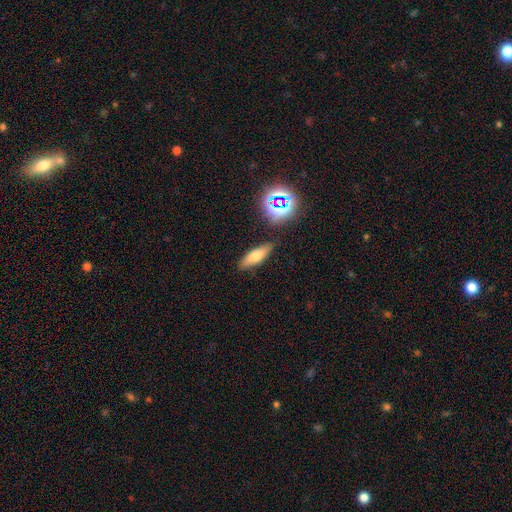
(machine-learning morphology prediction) Smooth or featured?
  - smooth: 66% *
  - featured or disk: 21%
  - star or artifact: 13%
How rounded?
  - in between: 51% *
  - cigar-shaped: 45%
  - round: 4%
Merging?
  - none: 83% *
  - minor disturbance: 10%
  - merger: 3%
  - major disturbance: 3%